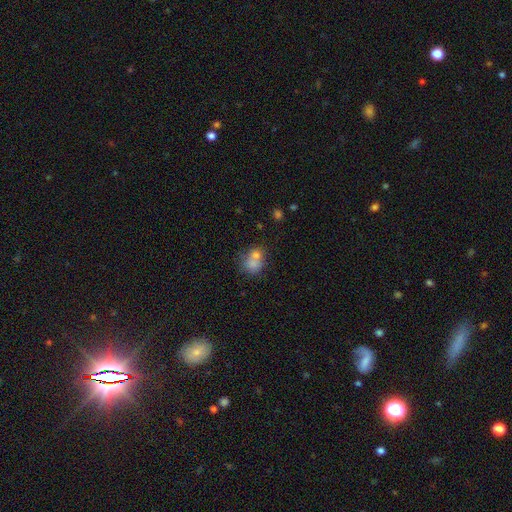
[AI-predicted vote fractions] smooth 69%, featured or disk 16%, star or artifact 15%. Down the decision tree: how rounded — round (69%); merging — merger (46%).